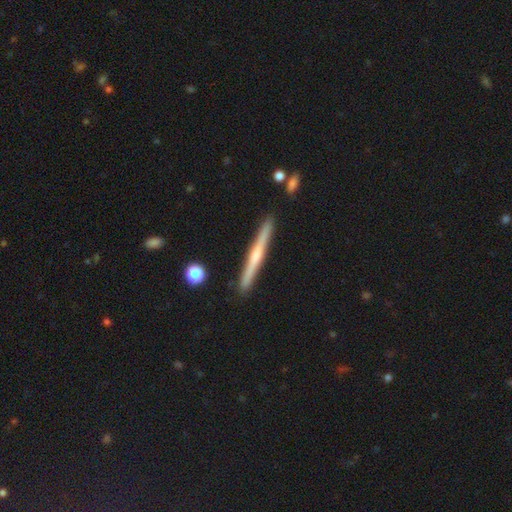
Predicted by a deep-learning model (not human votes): A featured or disk galaxy (66%) viewed edge-on (97%) with a rounded central bulge (63%). Merging: none (88%).